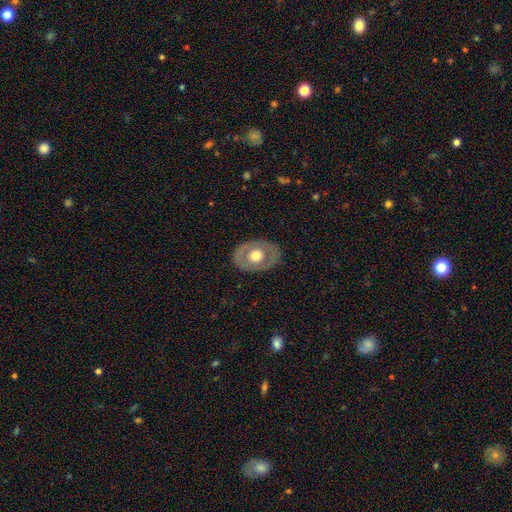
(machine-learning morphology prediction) This is possibly a featured or disk galaxy (48%). Merging: clearly none (83%).